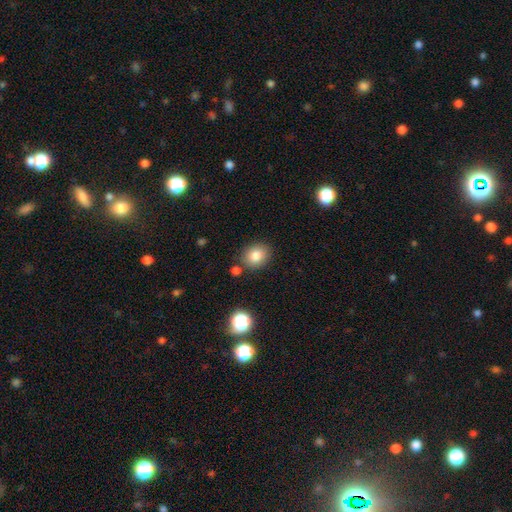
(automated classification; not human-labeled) Smooth or featured? Predicted: smooth (p=0.82). How rounded? Predicted: round (p=0.57). Merging? Predicted: none (p=0.81).